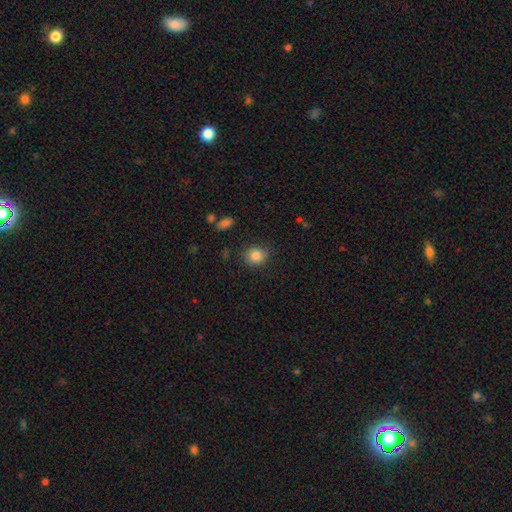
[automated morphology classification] smooth-or-featured: smooth: 84% | star or artifact: 10% | featured or disk: 6%
  how-rounded: round: 80% | in between: 19% | cigar-shaped: 1%
  merging: none: 83% | minor disturbance: 12% | major disturbance: 3% | merger: 2%